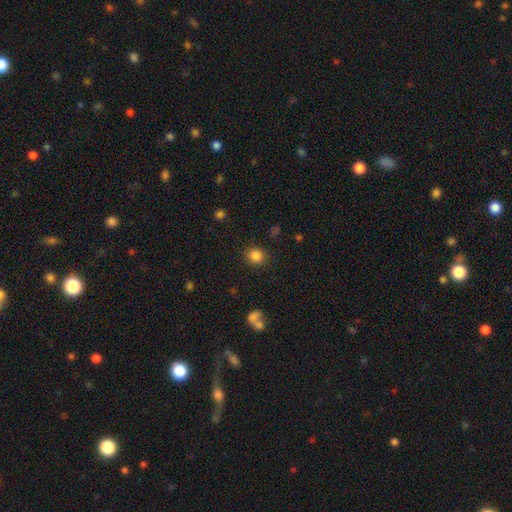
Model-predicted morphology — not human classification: A smooth galaxy with no disk features (85%) that is round (78%).

Vote fractions:
- Smooth or featured? smooth: 85% / star or artifact: 11% / featured or disk: 4%
- How rounded? round: 78% / in between: 21% / cigar-shaped: 1%
- Merging? none: 88% / minor disturbance: 7% / major disturbance: 3% / merger: 2%